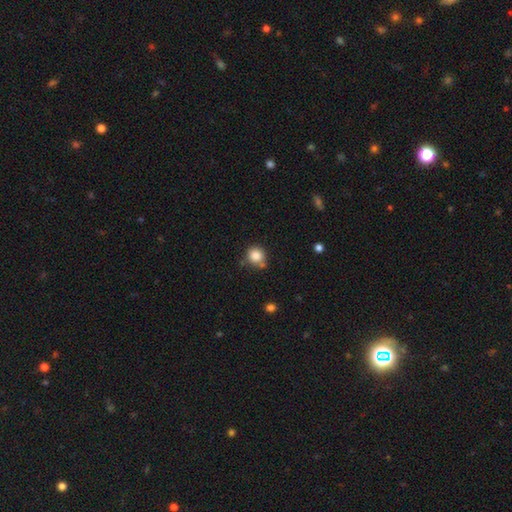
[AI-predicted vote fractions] This appears to be a smooth galaxy with no disk features (85%) that is round (90%). Merging: none (70%).